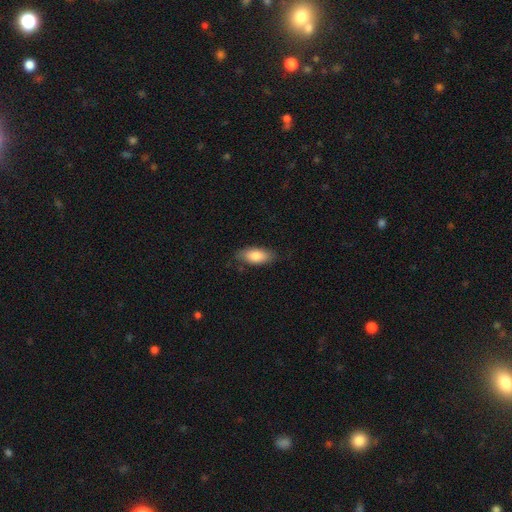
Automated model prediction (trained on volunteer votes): smooth_or_featured: smooth (p=0.83) [alt: featured or disk p=0.11]
how_rounded: in between (p=0.87) [alt: cigar-shaped p=0.10]
merging: none (p=0.78) [alt: minor disturbance p=0.18]